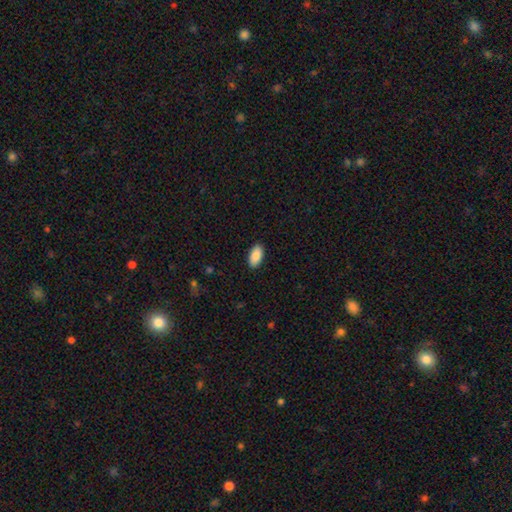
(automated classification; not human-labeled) This is clearly a smooth galaxy (89%). How rounded: clearly in between (94%). Merging: clearly none (90%).